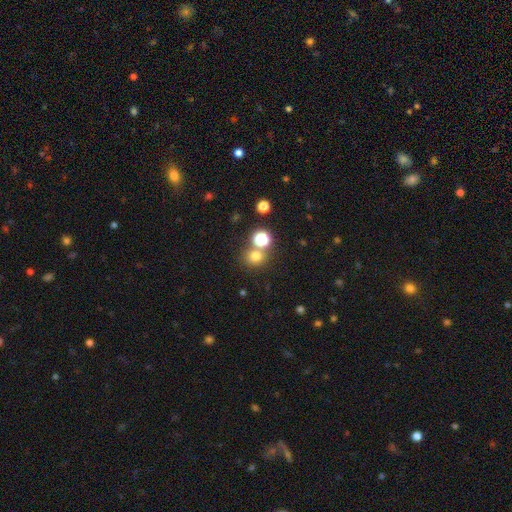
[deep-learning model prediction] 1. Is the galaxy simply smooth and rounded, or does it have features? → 72% smooth, 21% star or artifact, 7% featured or disk.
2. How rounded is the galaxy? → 84% round, 15% in between, 1% cigar-shaped.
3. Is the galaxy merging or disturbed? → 66% none, 23% merger, 7% minor disturbance, 3% major disturbance.